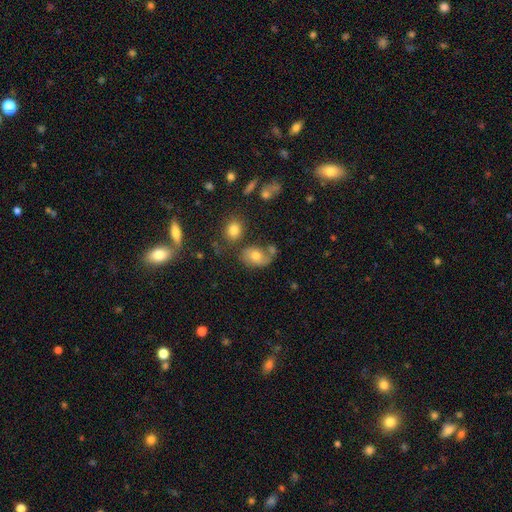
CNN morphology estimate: This appears to be a smooth galaxy with no disk features (64%) that is in between round and cigar-shaped (73%). Merging: none (42%).